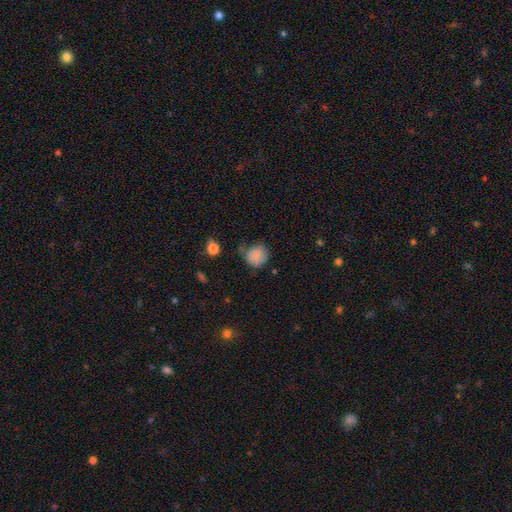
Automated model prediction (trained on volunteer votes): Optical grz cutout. It shows a smooth galaxy with no disk features (75%) that is round (72%). Merging: none (49%).